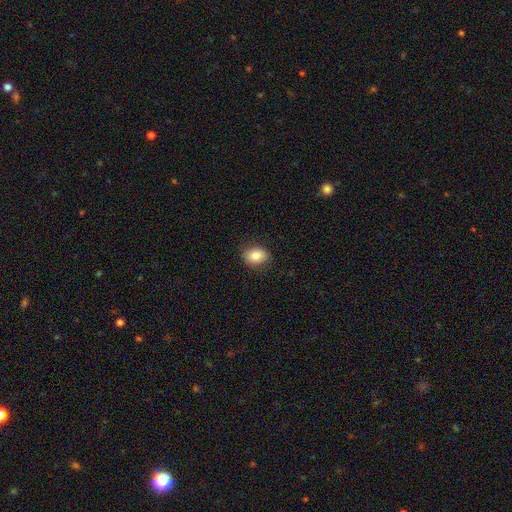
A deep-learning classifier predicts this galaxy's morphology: smooth 81%, featured or disk 10%, star or artifact 9%. Down the decision tree: how rounded — in between (57%); merging — none (86%).